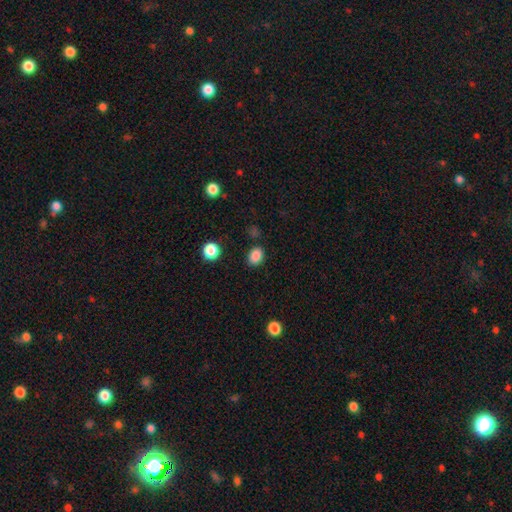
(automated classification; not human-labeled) This is clearly a smooth galaxy (85%). How rounded: possibly in between (58%). Merging: clearly none (84%).